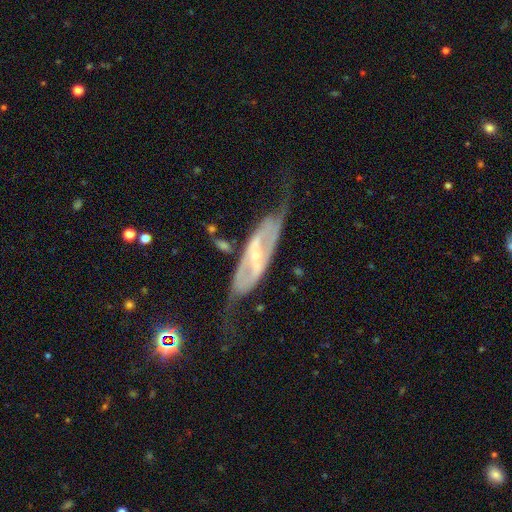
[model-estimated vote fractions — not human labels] smooth-or-featured: featured or disk: 83% | smooth: 11% | star or artifact: 6%
  disk-edge-on: no: 78% | yes: 22%
    bar: strong: 57% | weak: 27% | no: 16%
    has-spiral-arms: yes: 79% | no: 21%
      spiral-winding: medium: 39% | loose: 38% | tight: 23%
      spiral-arm-count: 2: 82% | can't tell: 12% | 1: 2% | 3: 1% | 4: 1% | more than 4: 1%
    bulge-size: small: 74% | moderate: 19% | none: 4% | large: 2% | dominant: 1%
  merging: none: 54% | major disturbance: 23% | minor disturbance: 19% | merger: 4%